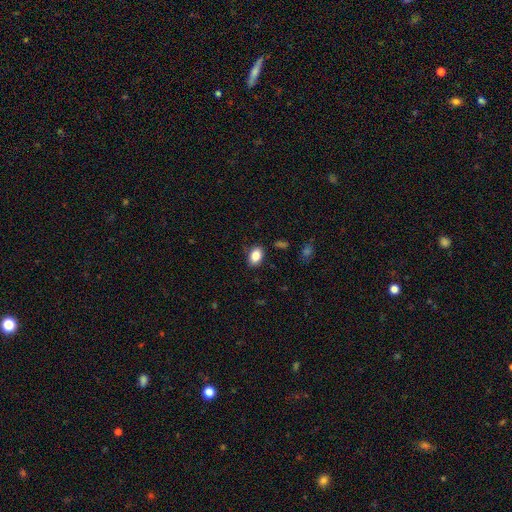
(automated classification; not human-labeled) Smooth or featured? Predicted: smooth (p=0.85). How rounded? Predicted: in between (p=0.82). Merging? Predicted: none (p=0.84).